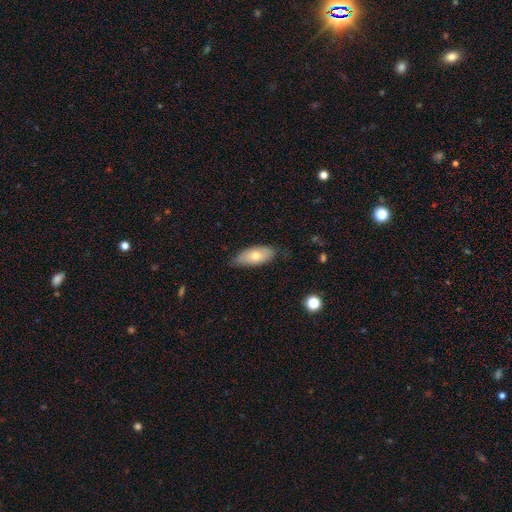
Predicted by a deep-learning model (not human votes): Q: Smooth or featured?
A: smooth (70%); runner-up: featured or disk (24%)
Q: How rounded?
A: in between (84%); runner-up: cigar-shaped (14%)
Q: Merging?
A: none (76%); runner-up: minor disturbance (20%)